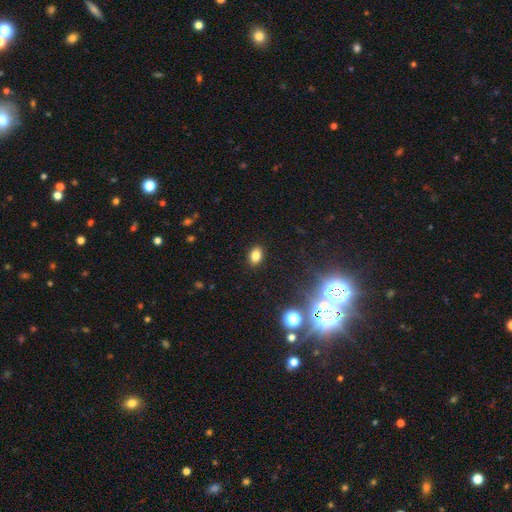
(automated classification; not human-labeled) Smooth or featured?
  - smooth: 80% *
  - star or artifact: 14%
  - featured or disk: 6%
How rounded?
  - in between: 80% *
  - round: 19%
  - cigar-shaped: 1%
Merging?
  - none: 89% *
  - minor disturbance: 7%
  - major disturbance: 2%
  - merger: 1%